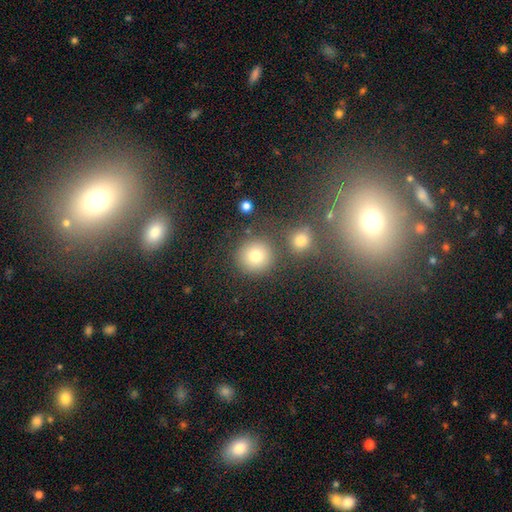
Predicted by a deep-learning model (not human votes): A smooth galaxy with no disk features (79%) that is round (92%).

Vote fractions:
- Smooth or featured? smooth: 79% / star or artifact: 13% / featured or disk: 8%
- How rounded? round: 92% / in between: 7% / cigar-shaped: 1%
- Merging? none: 76% / merger: 11% / minor disturbance: 8% / major disturbance: 4%